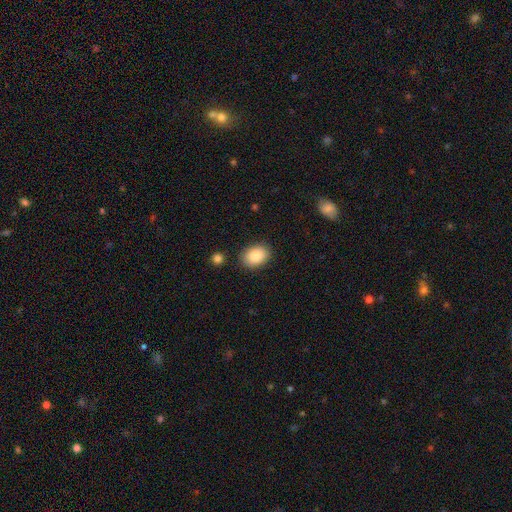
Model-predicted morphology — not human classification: This appears to be a smooth galaxy with no disk features (85%) that is in between round and cigar-shaped (75%). Merging: none (87%).